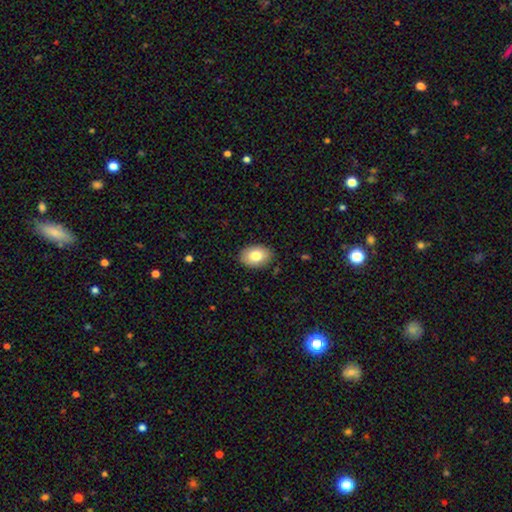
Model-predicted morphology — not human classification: A smooth galaxy with no disk features (80%) that is in between round and cigar-shaped (82%).

Vote fractions:
- Smooth or featured? smooth: 80% / featured or disk: 13% / star or artifact: 7%
- How rounded? in between: 82% / round: 17% / cigar-shaped: 1%
- Merging? none: 87% / minor disturbance: 10% / major disturbance: 2% / merger: 1%